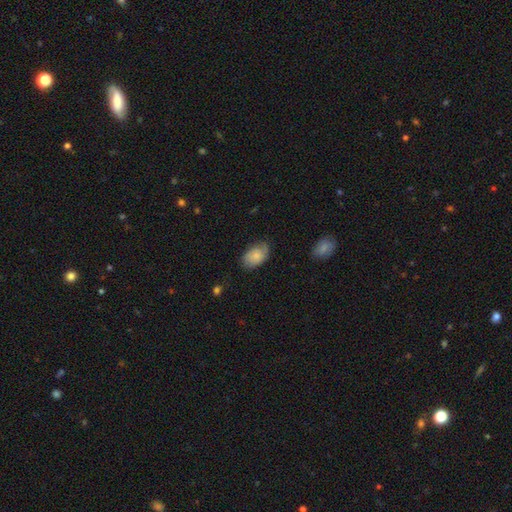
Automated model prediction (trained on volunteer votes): The model was most divided on "merging": none: 63%, minor disturbance: 28%, major disturbance: 7%, merger: 1%. More confident: how rounded — in between (91%); smooth or featured — smooth (76%).